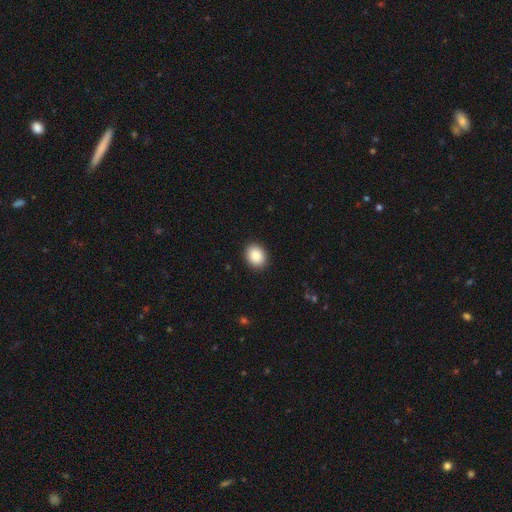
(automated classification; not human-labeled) Morphology: type=smooth (88%); roundness=in between (54%); merging=none (91%).